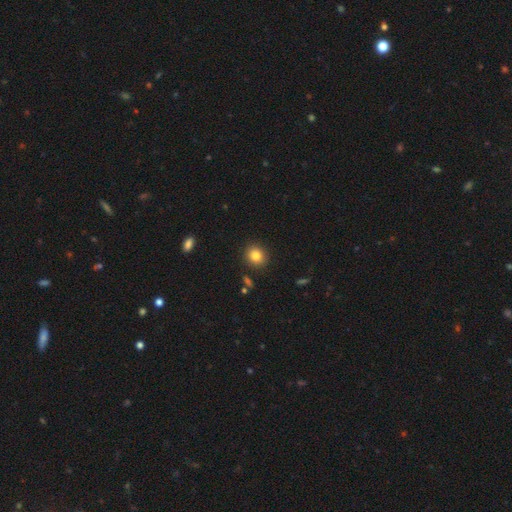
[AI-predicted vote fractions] The model was most divided on "how rounded": round: 82%, in between: 17%, cigar-shaped: 1%. More confident: merging — none (90%); smooth or featured — smooth (82%).